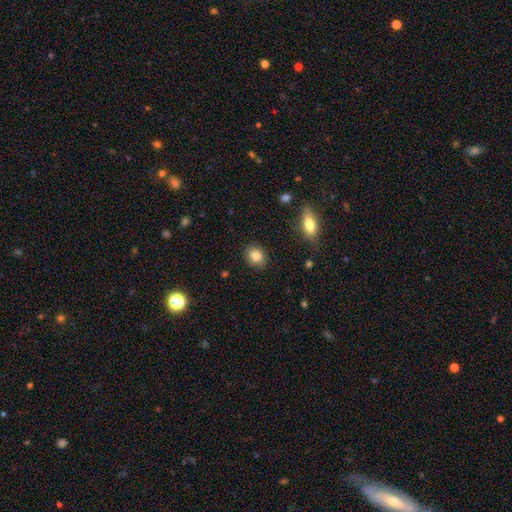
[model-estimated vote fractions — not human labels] smooth 86%, star or artifact 9%, featured or disk 6%. Down the decision tree: how rounded — round (57%); merging — none (88%).